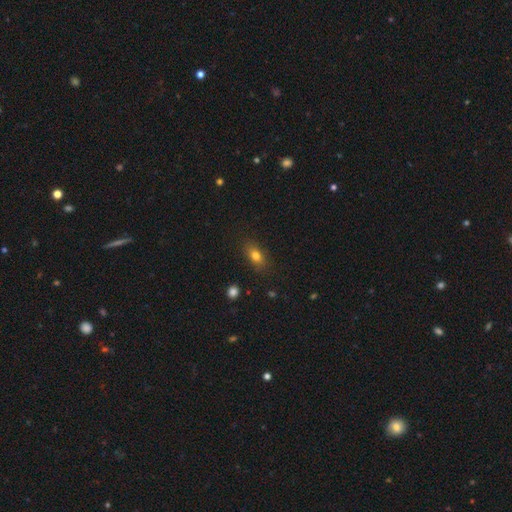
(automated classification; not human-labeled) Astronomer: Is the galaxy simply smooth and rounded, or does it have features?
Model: smooth — 79%.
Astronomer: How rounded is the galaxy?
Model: in between — 79%.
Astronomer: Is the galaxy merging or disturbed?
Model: none — 83%.